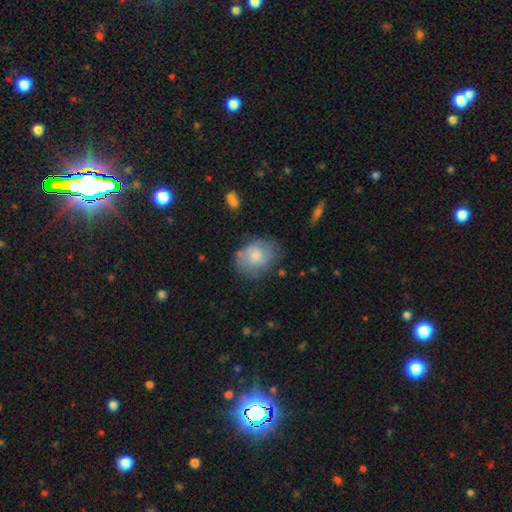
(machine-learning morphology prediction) Smooth or featured: smooth — 66% (featured or disk — 27%)
How rounded: in between — 51% (round — 48%)
Merging: none — 64% (minor disturbance — 24%)